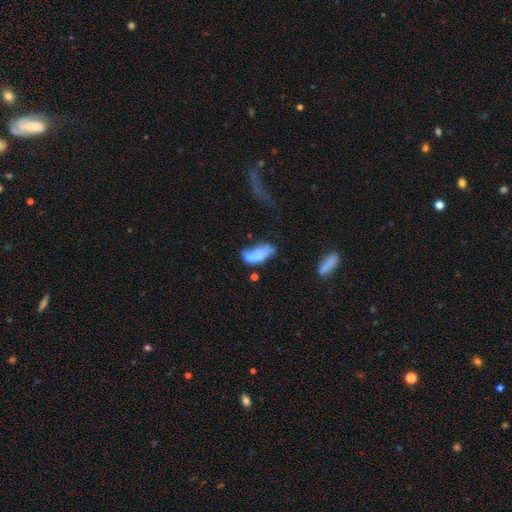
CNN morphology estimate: The model was most divided on "merging": major disturbance: 35%, minor disturbance: 24%, none: 21%, merger: 20%. More confident: how rounded — in between (86%); smooth or featured — smooth (59%).